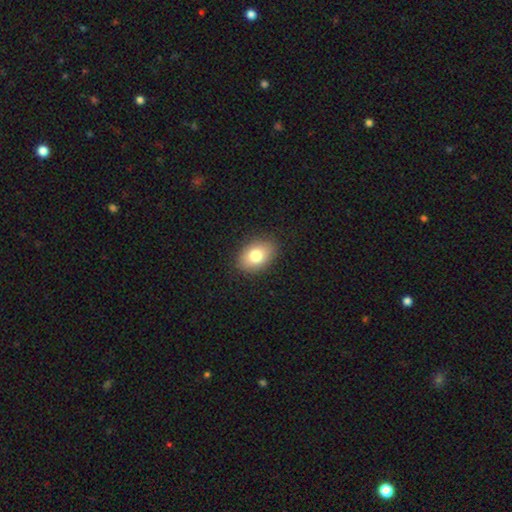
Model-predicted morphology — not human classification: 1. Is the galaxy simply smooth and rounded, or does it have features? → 78% smooth, 13% featured or disk, 9% star or artifact.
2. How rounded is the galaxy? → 80% in between, 18% round, 1% cigar-shaped.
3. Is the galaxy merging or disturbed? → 87% none, 9% minor disturbance, 2% major disturbance, 1% merger.